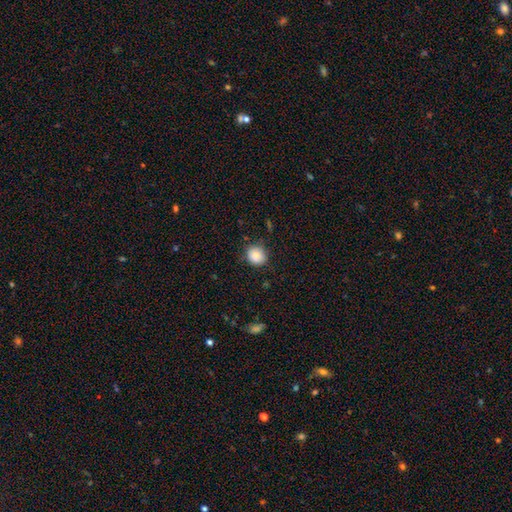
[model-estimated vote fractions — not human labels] smooth_or_featured: smooth (p=0.84) [alt: star or artifact p=0.09]
how_rounded: round (p=0.84) [alt: in between p=0.15]
merging: none (p=0.82) [alt: minor disturbance p=0.14]